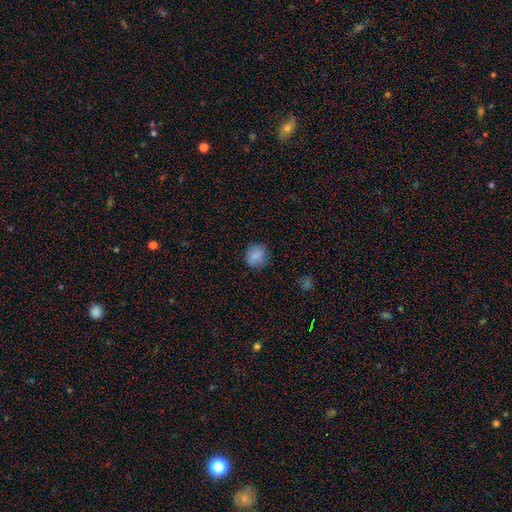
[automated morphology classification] Q: Smooth or featured?
A: smooth (83%); runner-up: star or artifact (10%)
Q: How rounded?
A: round (81%); runner-up: in between (18%)
Q: Merging?
A: none (82%); runner-up: minor disturbance (13%)